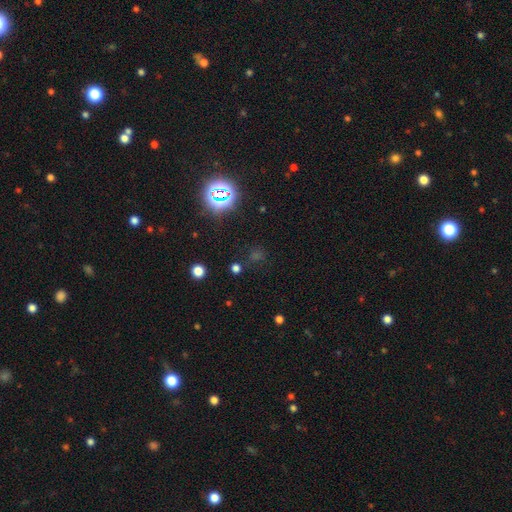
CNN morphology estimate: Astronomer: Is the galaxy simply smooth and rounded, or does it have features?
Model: star or artifact — 65%.